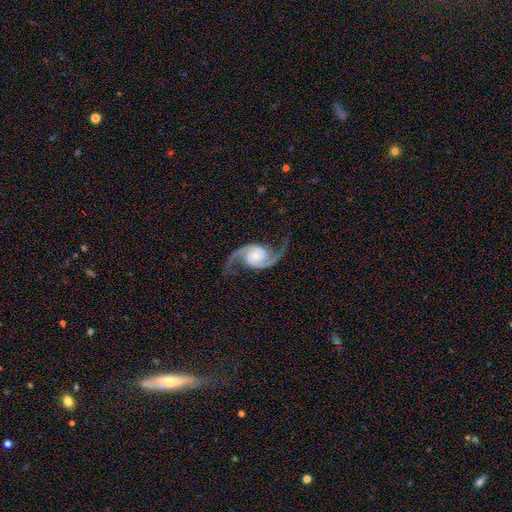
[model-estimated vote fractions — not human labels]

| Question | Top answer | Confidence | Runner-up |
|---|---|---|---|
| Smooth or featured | featured or disk | 93% | star or artifact (4%) |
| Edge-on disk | no | 98% | yes (2%) |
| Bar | no | 65% | weak (26%) |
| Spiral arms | yes | 99% | no (1%) |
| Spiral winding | loose | 49% | medium (42%) |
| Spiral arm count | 2 | 95% | can't tell (1%) |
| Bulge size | small | 45% | moderate (31%) |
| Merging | none | 80% | minor disturbance (12%) |